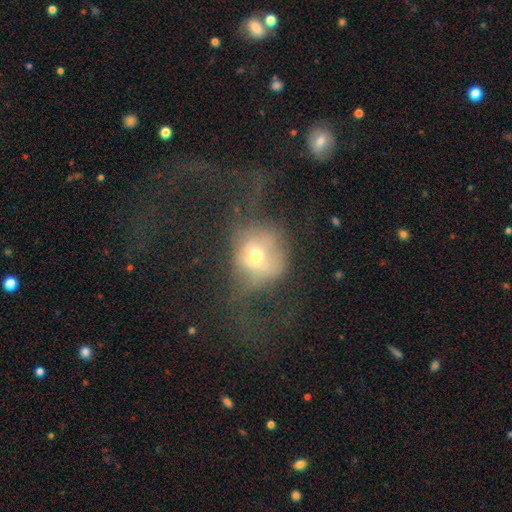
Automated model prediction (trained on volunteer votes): Smooth or featured? Predicted: smooth (p=0.52). How rounded? Predicted: round (p=0.77). Merging? Predicted: major disturbance (p=0.54).